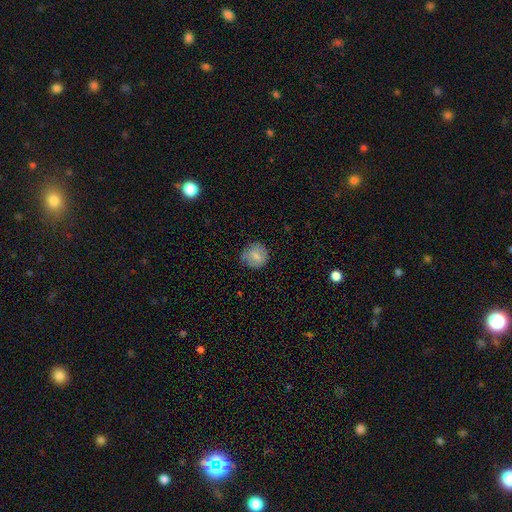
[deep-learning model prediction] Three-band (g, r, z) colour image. It shows a smooth galaxy with no disk features (76%) that is round (86%). Merging: none (70%).